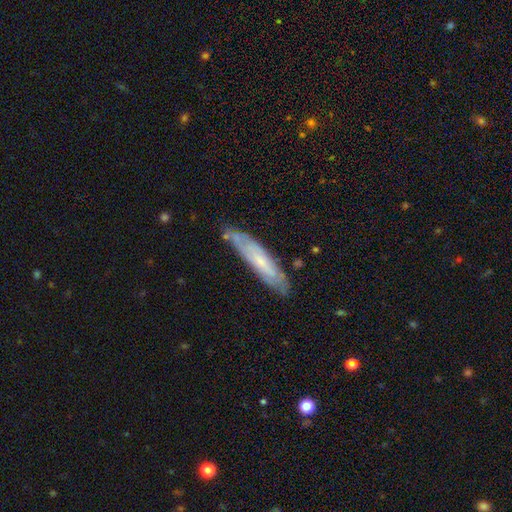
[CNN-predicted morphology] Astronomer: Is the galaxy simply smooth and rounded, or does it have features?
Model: featured or disk — 55% (runner-up: smooth, 36%).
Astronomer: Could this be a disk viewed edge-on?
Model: yes — 51% (runner-up: no, 49%).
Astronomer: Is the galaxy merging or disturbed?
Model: none — 77%.